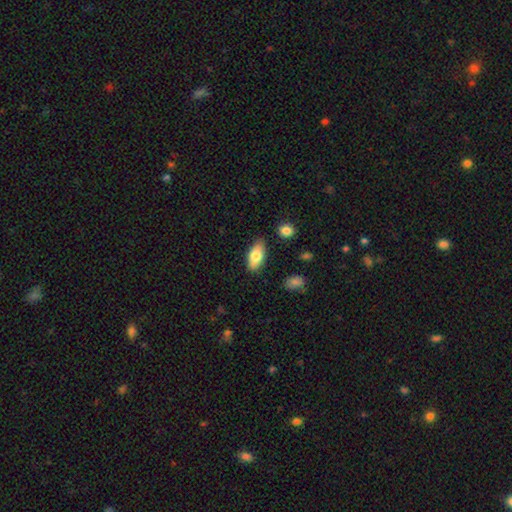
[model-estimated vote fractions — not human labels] A smooth galaxy with no disk features (77%) that is in between round and cigar-shaped (89%). Merging: none (82%).